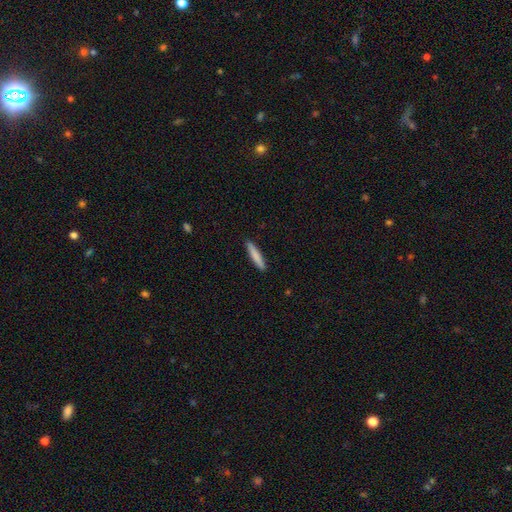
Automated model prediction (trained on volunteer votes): smooth-or-featured: smooth: 81% | featured or disk: 14% | star or artifact: 5%
  how-rounded: cigar-shaped: 91% | in between: 7% | round: 1%
  merging: none: 91% | minor disturbance: 6% | major disturbance: 1% | merger: 1%